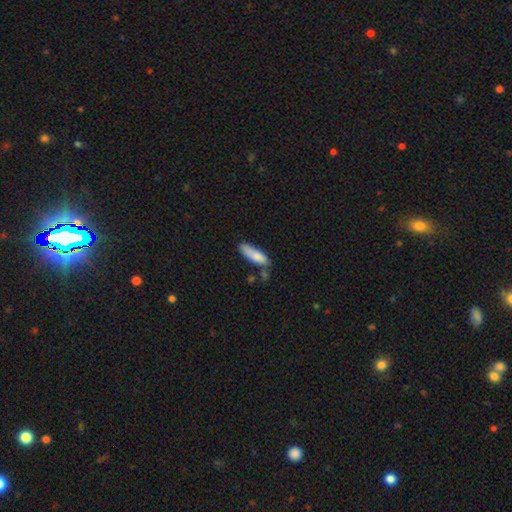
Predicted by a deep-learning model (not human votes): A smooth galaxy with no disk features (81%) that is cigar-shaped (53%). Merging: none (54%).